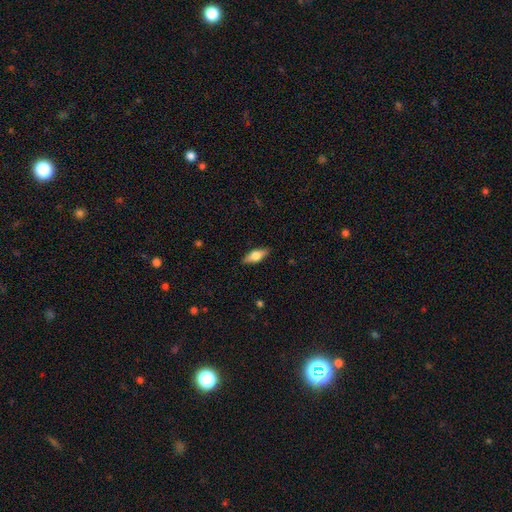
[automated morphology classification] Smooth or featured: smooth — 57% (featured or disk — 36%)
How rounded: in between — 68% (cigar-shaped — 29%)
Merging: none — 88% (minor disturbance — 9%)